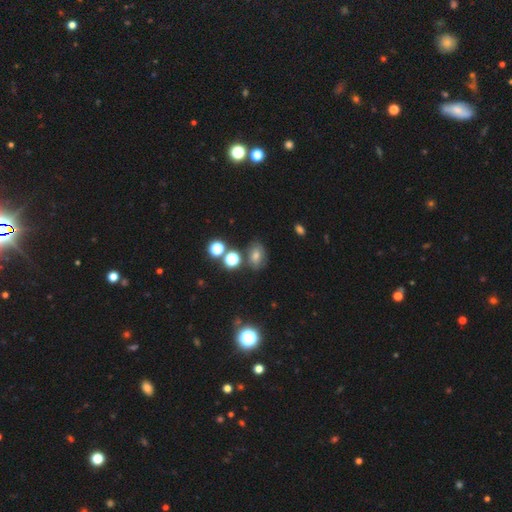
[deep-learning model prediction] This appears to be a smooth galaxy with no disk features (59%) that is in between round and cigar-shaped (70%). Merging: none (68%).